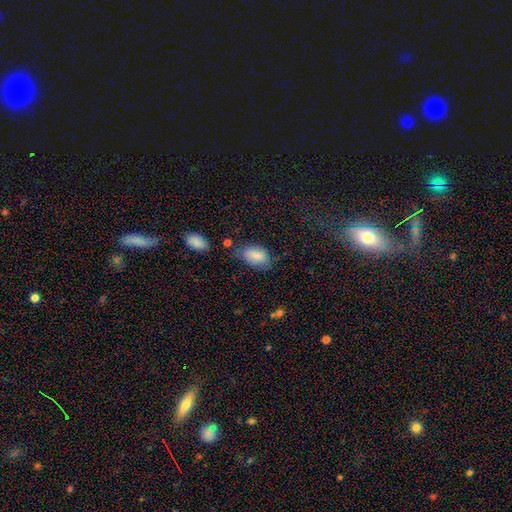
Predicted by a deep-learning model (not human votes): Overall: smooth (84%). How rounded: in between (91%). Merging: none (63%; minor disturbance 25%).